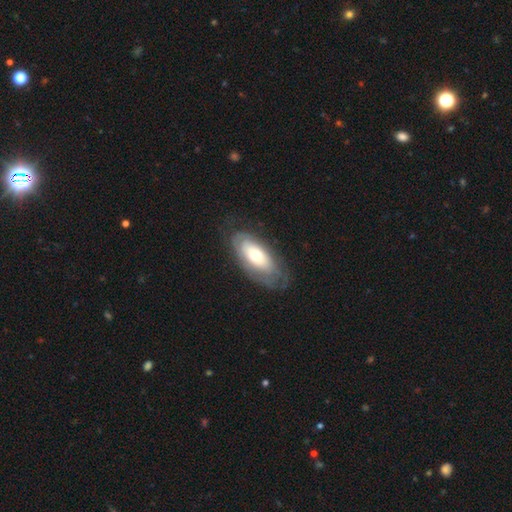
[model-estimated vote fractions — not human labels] Q: Smooth or featured?
A: featured or disk (50%); runner-up: smooth (45%)
Q: Merging?
A: none (66%); runner-up: minor disturbance (22%)